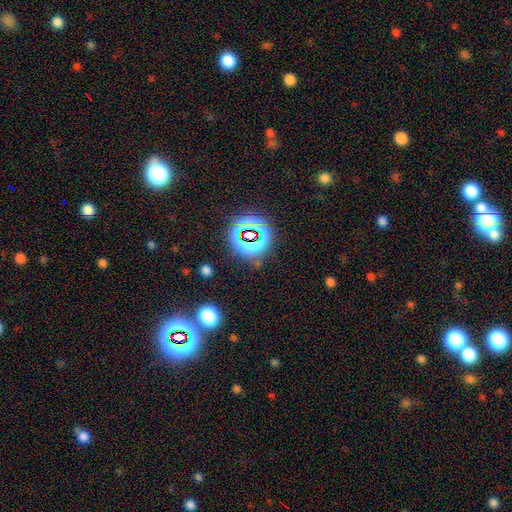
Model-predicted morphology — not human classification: star or artifact 78%, smooth 14%, featured or disk 8%.